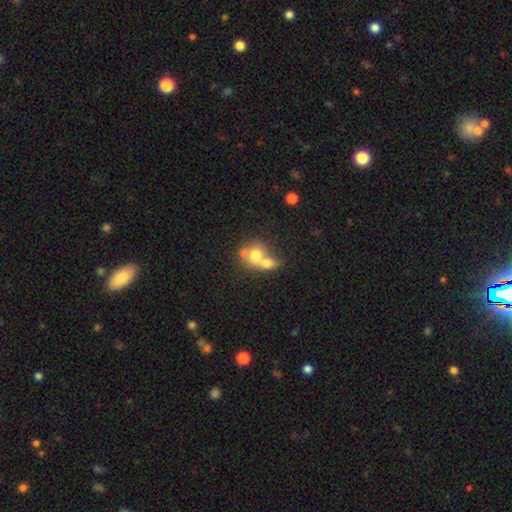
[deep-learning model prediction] smooth 68%, featured or disk 22%, star or artifact 10%. Down the decision tree: how rounded — round (70%); merging — merger (66%).